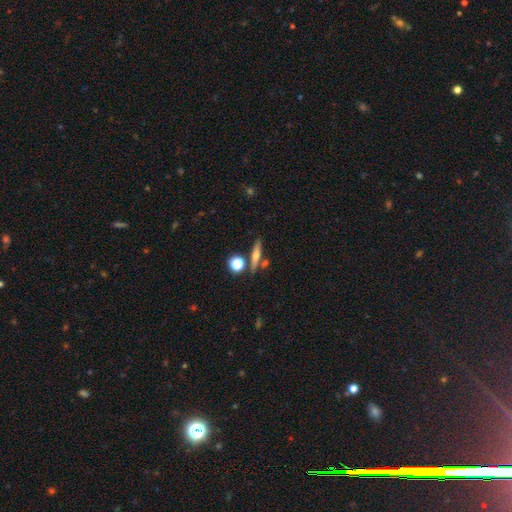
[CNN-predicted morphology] Smooth or featured?
  - smooth: 47% *
  - featured or disk: 42%
  - star or artifact: 11%
Merging?
  - none: 74% *
  - merger: 13%
  - minor disturbance: 10%
  - major disturbance: 4%